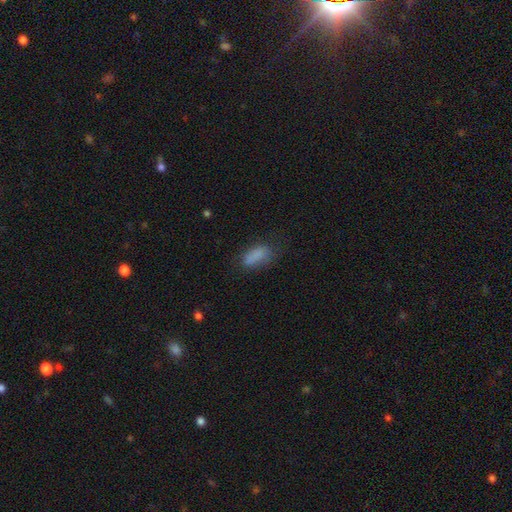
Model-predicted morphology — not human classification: The model was most divided on "merging": none: 62%, minor disturbance: 24%, major disturbance: 11%, merger: 2%. More confident: how rounded — in between (86%); smooth or featured — smooth (82%).